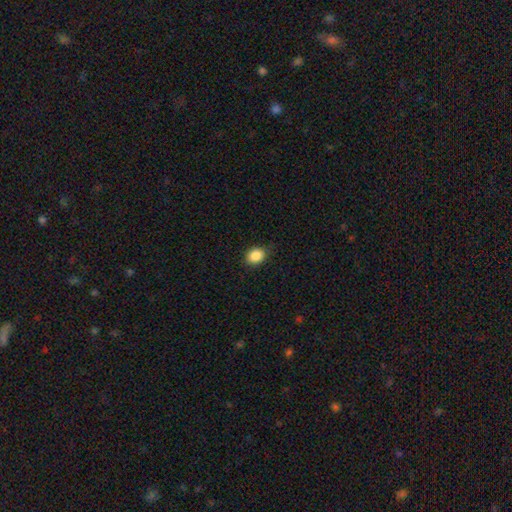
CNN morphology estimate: Smooth or featured?
  - smooth: 87% *
  - star or artifact: 9%
  - featured or disk: 4%
How rounded?
  - in between: 50% *
  - round: 49%
  - cigar-shaped: 1%
Merging?
  - none: 83% *
  - minor disturbance: 13%
  - major disturbance: 3%
  - merger: 1%